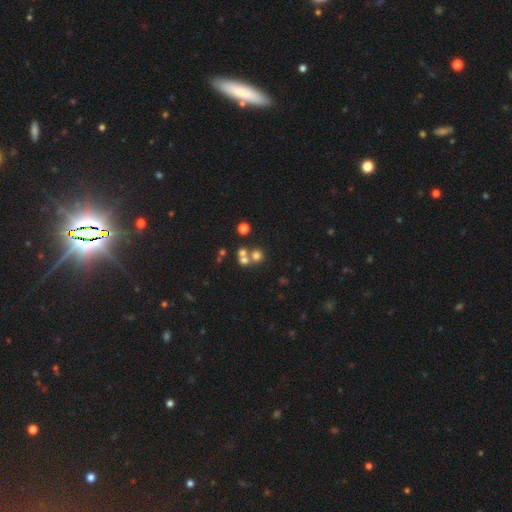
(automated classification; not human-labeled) Q: Smooth or featured?
A: smooth (63%); runner-up: star or artifact (21%)
Q: How rounded?
A: round (89%); runner-up: in between (10%)
Q: Merging?
A: none (48%); runner-up: merger (43%)